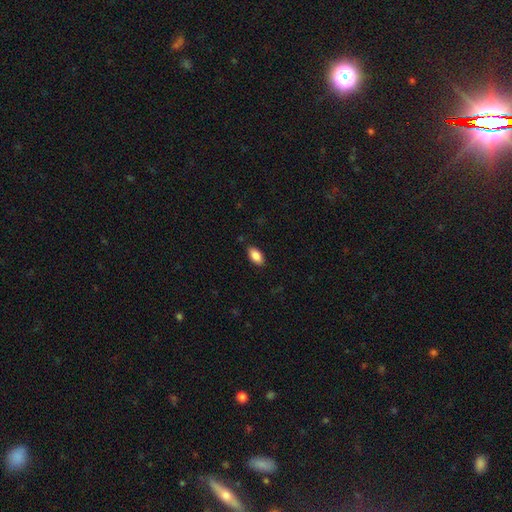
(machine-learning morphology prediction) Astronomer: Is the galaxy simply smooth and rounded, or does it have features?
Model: smooth — 87%.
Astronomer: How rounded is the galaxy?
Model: in between — 93%.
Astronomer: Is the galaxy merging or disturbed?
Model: none — 87%.